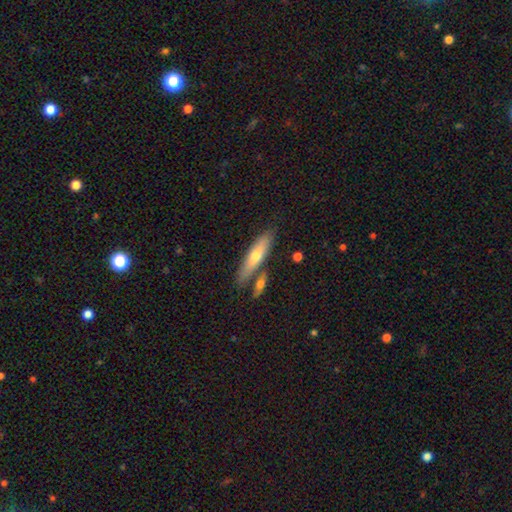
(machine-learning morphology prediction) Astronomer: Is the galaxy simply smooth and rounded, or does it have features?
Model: smooth — 57% (runner-up: featured or disk, 37%).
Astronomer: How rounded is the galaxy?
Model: cigar-shaped — 76%.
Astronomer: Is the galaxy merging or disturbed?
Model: none — 73%.